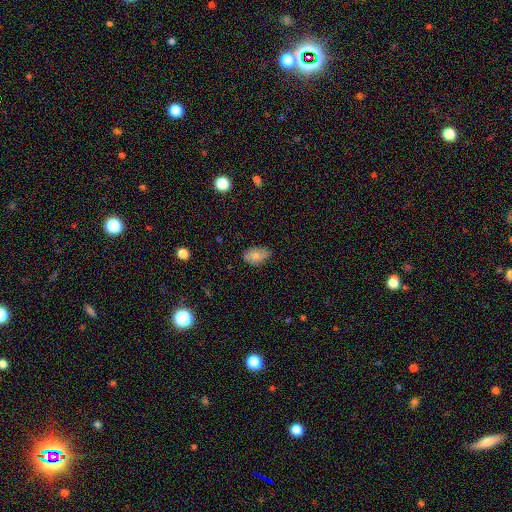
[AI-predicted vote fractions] This appears to be a smooth galaxy with no disk features (77%) that is in between round and cigar-shaped (90%). Merging: none (73%).